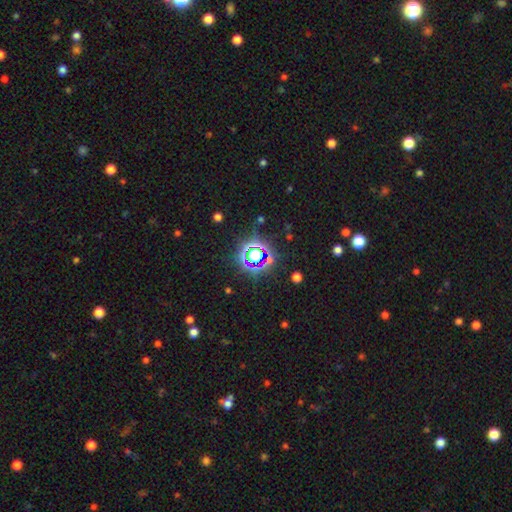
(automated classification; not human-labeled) Smooth or featured? star or artifact (70%)